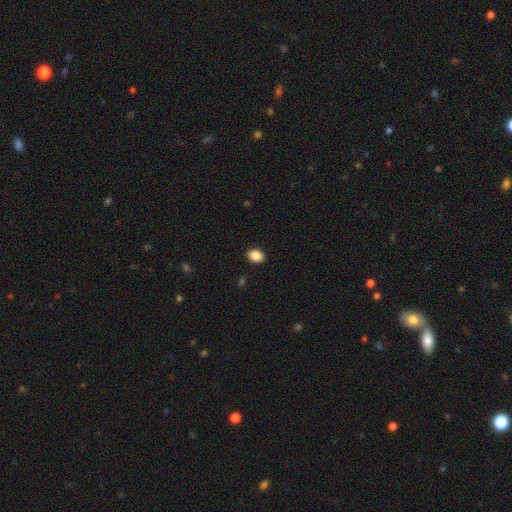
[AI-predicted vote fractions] Overall: smooth (88%). How rounded: in between (62%; round 37%). Merging: none (91%).